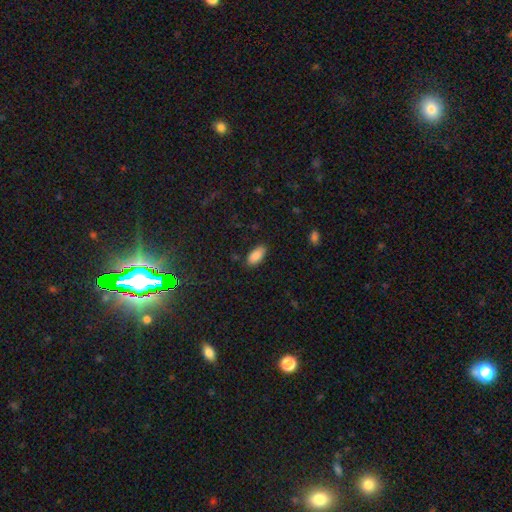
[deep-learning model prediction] Smooth or featured? smooth (87%)
How rounded? in between (91%)
Merging? none (84%)